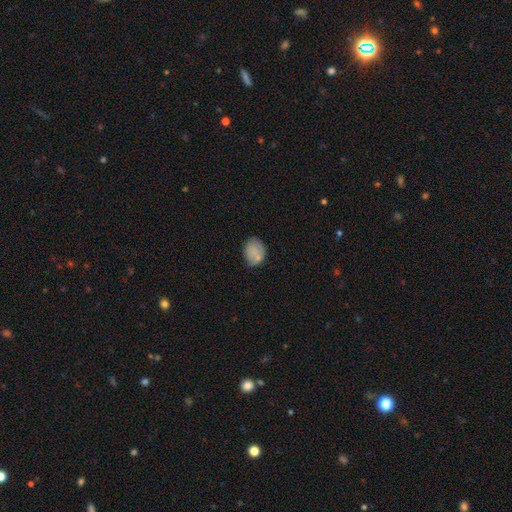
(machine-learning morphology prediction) Q: Smooth or featured?
A: smooth (79%); runner-up: featured or disk (12%)
Q: How rounded?
A: in between (58%); runner-up: round (41%)
Q: Merging?
A: none (62%); runner-up: minor disturbance (26%)